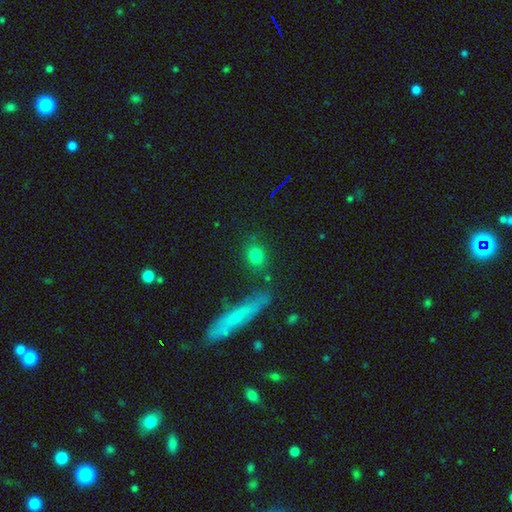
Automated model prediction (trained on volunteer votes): Smooth or featured? smooth (77%)
How rounded? round (63%)
Merging? none (78%)